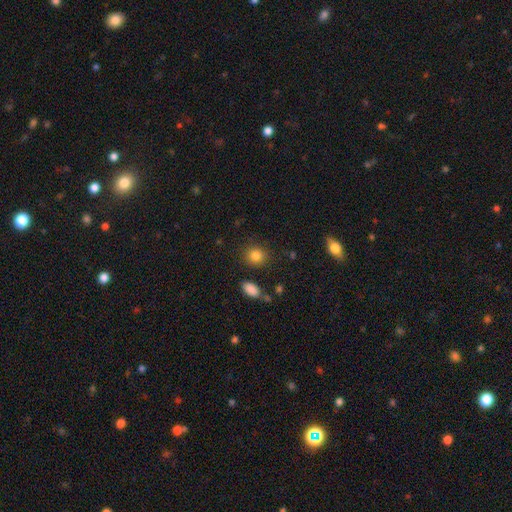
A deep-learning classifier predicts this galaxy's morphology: Q: Smooth or featured?
A: smooth (85%); runner-up: star or artifact (10%)
Q: How rounded?
A: round (75%); runner-up: in between (24%)
Q: Merging?
A: none (84%); runner-up: minor disturbance (9%)